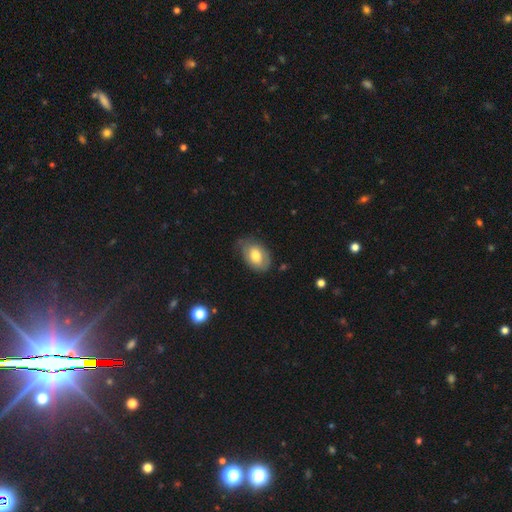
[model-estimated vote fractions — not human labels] Overall: smooth (68%). How rounded: in between (83%). Merging: none (58%; minor disturbance 31%).